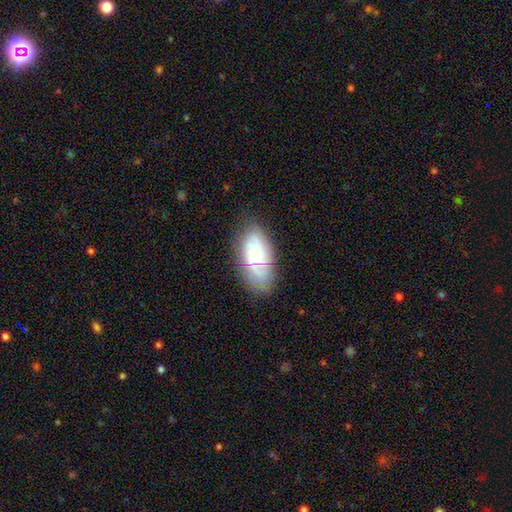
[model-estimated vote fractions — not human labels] A smooth galaxy with no disk features (52%) that is in between round and cigar-shaped (91%).

Vote fractions:
- Smooth or featured? smooth: 52% / featured or disk: 34% / star or artifact: 14%
- How rounded? in between: 91% / round: 5% / cigar-shaped: 4%
- Merging? none: 74% / minor disturbance: 18% / major disturbance: 6% / merger: 2%